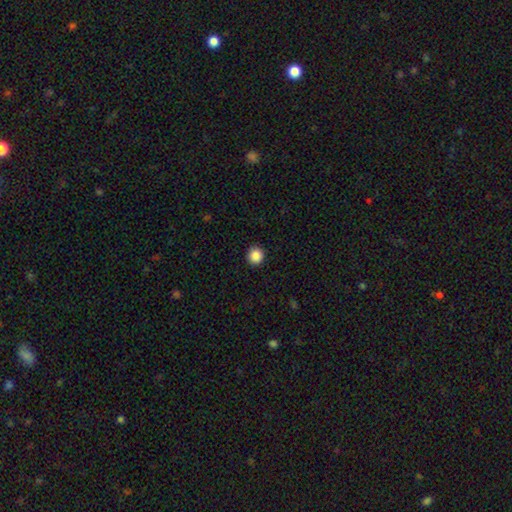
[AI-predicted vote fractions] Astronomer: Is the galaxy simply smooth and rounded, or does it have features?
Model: smooth — 87%.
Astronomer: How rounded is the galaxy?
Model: round — 94%.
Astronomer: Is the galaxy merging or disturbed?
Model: none — 92%.